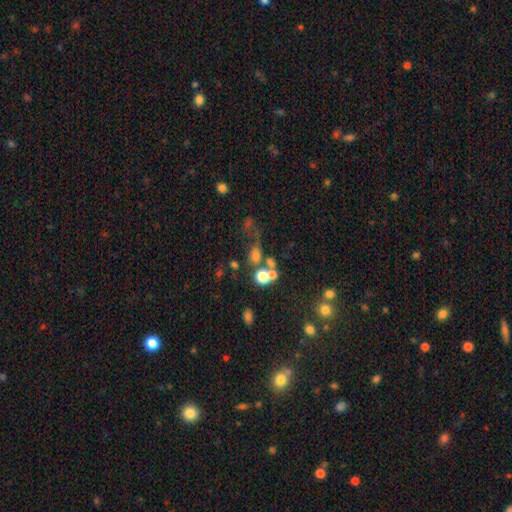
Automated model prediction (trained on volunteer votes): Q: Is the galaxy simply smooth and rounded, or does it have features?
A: smooth — 56%.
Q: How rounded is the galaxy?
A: round — 65%.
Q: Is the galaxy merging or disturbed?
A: none — 38%.